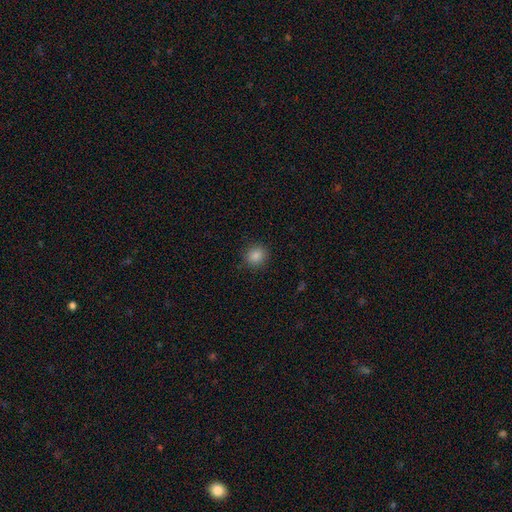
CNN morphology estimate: Smooth or featured?
  - smooth: 86% *
  - star or artifact: 11%
  - featured or disk: 3%
How rounded?
  - round: 83% *
  - in between: 16%
  - cigar-shaped: 1%
Merging?
  - none: 90% *
  - minor disturbance: 7%
  - major disturbance: 2%
  - merger: 1%